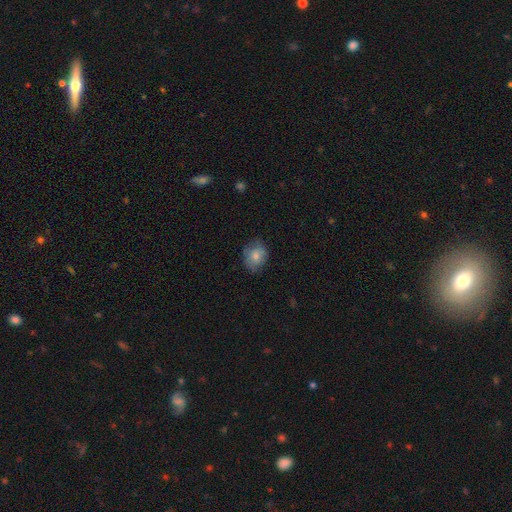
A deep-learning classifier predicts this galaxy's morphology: Smooth or featured: smooth — 78% (featured or disk — 14%)
How rounded: round — 56% (in between — 43%)
Merging: none — 71% (minor disturbance — 22%)